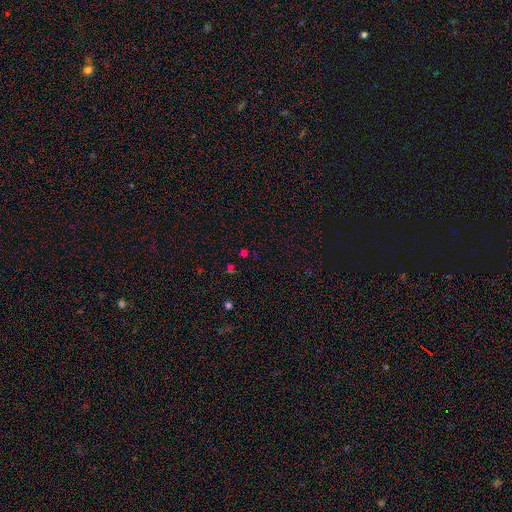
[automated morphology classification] smooth-or-featured: star or artifact: 55% | smooth: 39% | featured or disk: 7%